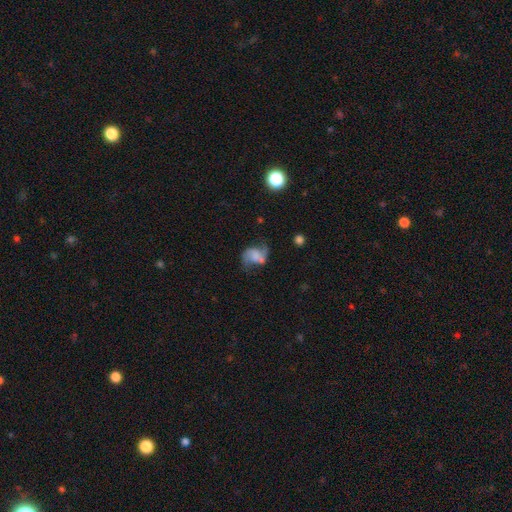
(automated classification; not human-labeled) Smooth or featured?
  - featured or disk: 63% *
  - smooth: 28%
  - star or artifact: 10%
Edge-on disk?
  - no: 98% *
  - yes: 2%
Bar?
  - no: 61% *
  - weak: 29%
  - strong: 10%
Spiral arms?
  - yes: 88% *
  - no: 12%
Spiral winding?
  - loose: 64% *
  - medium: 28%
  - tight: 8%
Spiral arm count?
  - 2: 88% *
  - 1: 5%
  - can't tell: 4%
  - 3: 1%
  - 4: 1%
  - more than 4: 1%
Bulge size?
  - none: 52% *
  - small: 17%
  - moderate: 13%
  - large: 12%
  - dominant: 5%
Merging?
  - none: 48% *
  - minor disturbance: 24%
  - major disturbance: 19%
  - merger: 9%